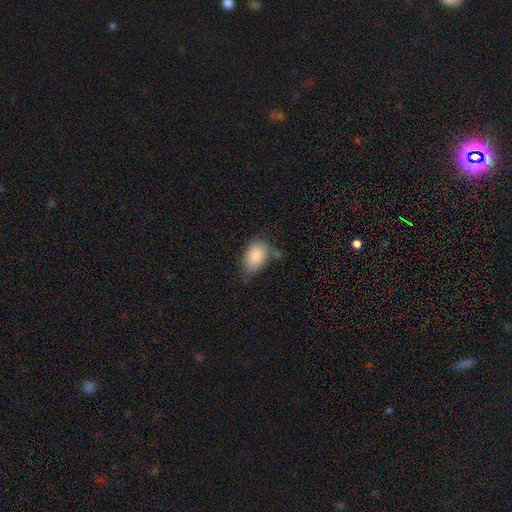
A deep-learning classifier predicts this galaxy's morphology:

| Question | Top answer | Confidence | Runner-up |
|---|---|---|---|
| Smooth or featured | smooth | 84% | featured or disk (9%) |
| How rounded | in between | 90% | round (9%) |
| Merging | none | 56% | minor disturbance (30%) |